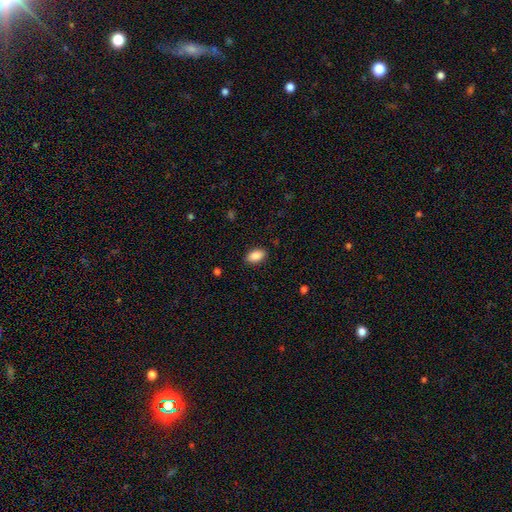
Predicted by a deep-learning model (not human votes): smooth 89%, star or artifact 7%, featured or disk 4%. Down the decision tree: how rounded — in between (93%); merging — none (88%).